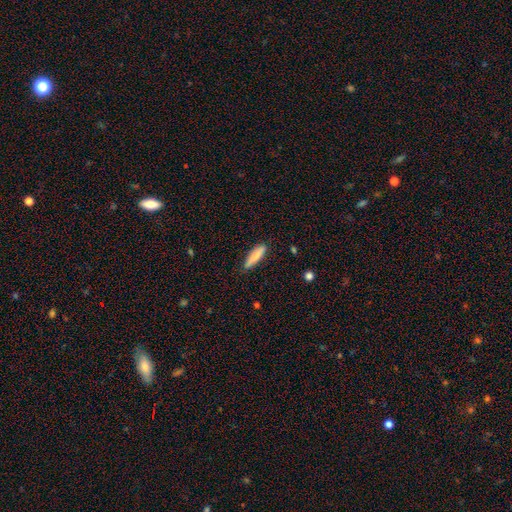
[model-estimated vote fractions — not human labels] smooth 78%, featured or disk 16%, star or artifact 6%. Down the decision tree: how rounded — cigar-shaped (69%); merging — none (80%).